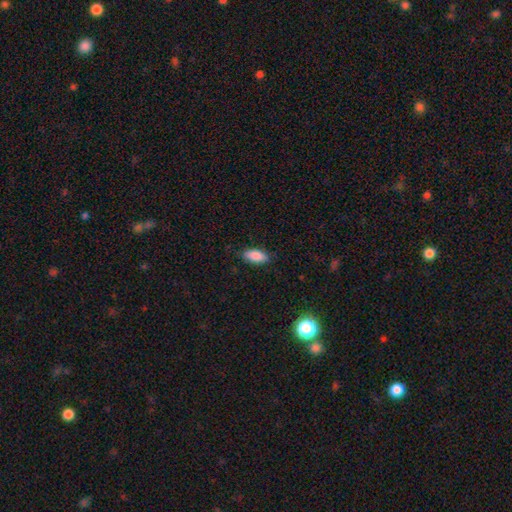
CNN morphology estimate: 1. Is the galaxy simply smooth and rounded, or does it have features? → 87% smooth, 7% star or artifact, 6% featured or disk.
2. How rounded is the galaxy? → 89% in between, 9% cigar-shaped, 2% round.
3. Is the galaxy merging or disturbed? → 84% none, 12% minor disturbance, 2% major disturbance, 1% merger.